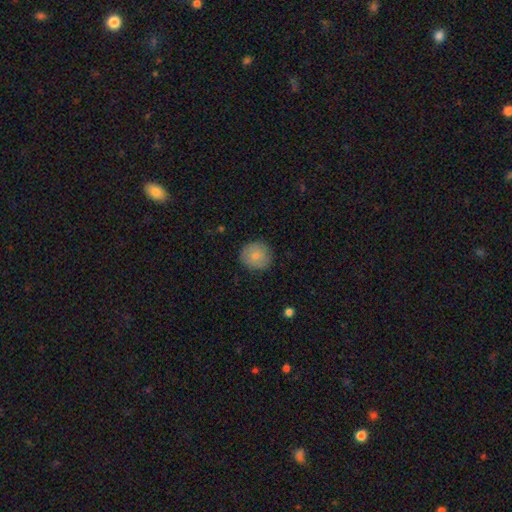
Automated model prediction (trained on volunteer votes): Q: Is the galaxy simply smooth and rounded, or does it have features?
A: smooth — 80%.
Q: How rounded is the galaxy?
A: round — 91%.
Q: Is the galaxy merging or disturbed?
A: none — 87%.